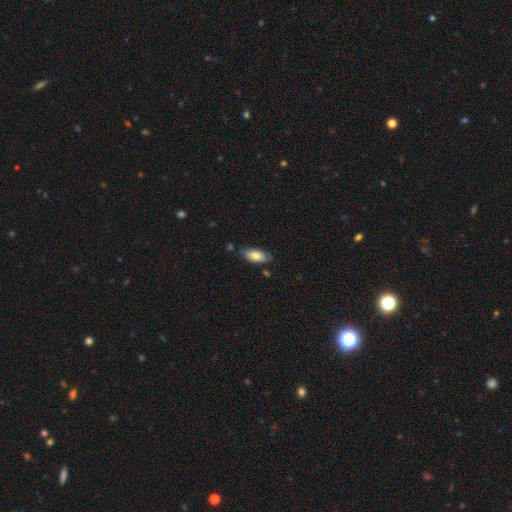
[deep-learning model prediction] Q: Smooth or featured?
A: smooth (76%); runner-up: featured or disk (17%)
Q: How rounded?
A: in between (89%); runner-up: cigar-shaped (8%)
Q: Merging?
A: none (74%); runner-up: minor disturbance (19%)